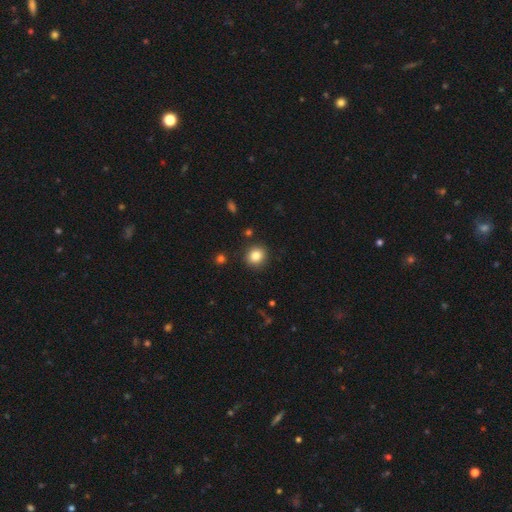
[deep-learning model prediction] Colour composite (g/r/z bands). It shows a smooth galaxy with no disk features (84%) that is round (81%). Merging: none (89%).